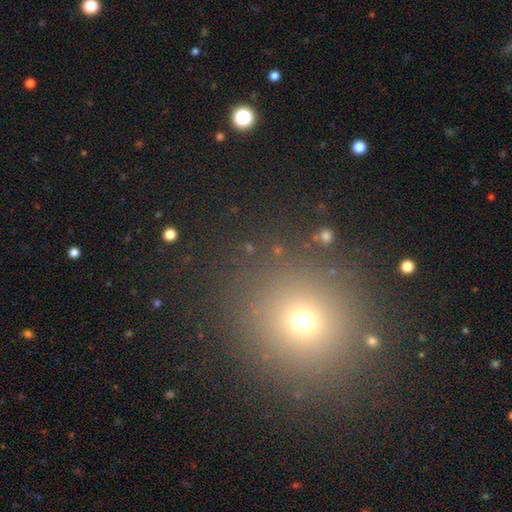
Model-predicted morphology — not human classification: smooth_or_featured: smooth (p=0.59) [alt: star or artifact p=0.34]
how_rounded: round (p=0.88) [alt: in between p=0.10]
merging: none (p=0.89) [alt: minor disturbance p=0.06]